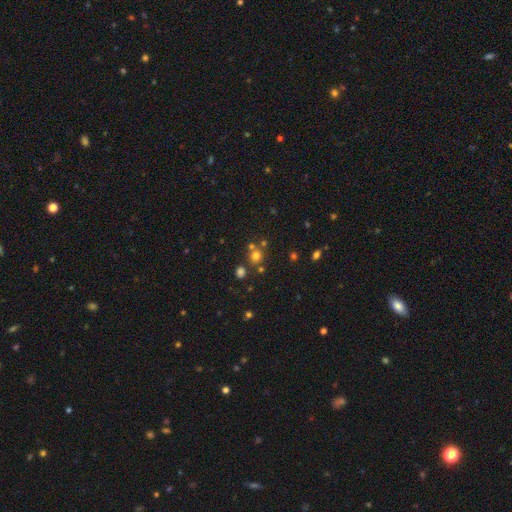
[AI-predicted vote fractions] smooth 68%, star or artifact 23%, featured or disk 9%. Down the decision tree: how rounded — round (86%); merging — none (71%).